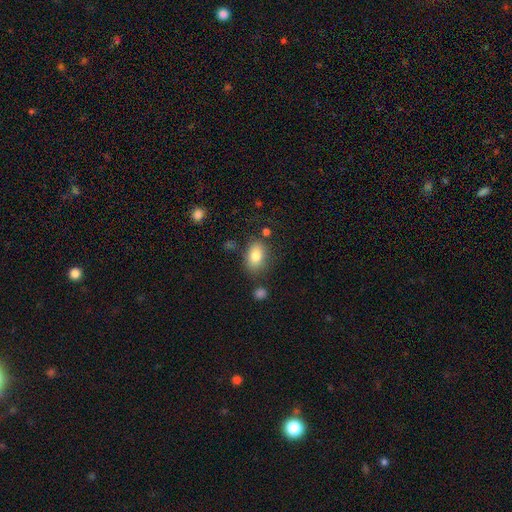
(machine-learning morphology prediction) Smooth or featured: smooth — 82% (featured or disk — 10%)
How rounded: in between — 86% (round — 13%)
Merging: none — 73% (minor disturbance — 17%)